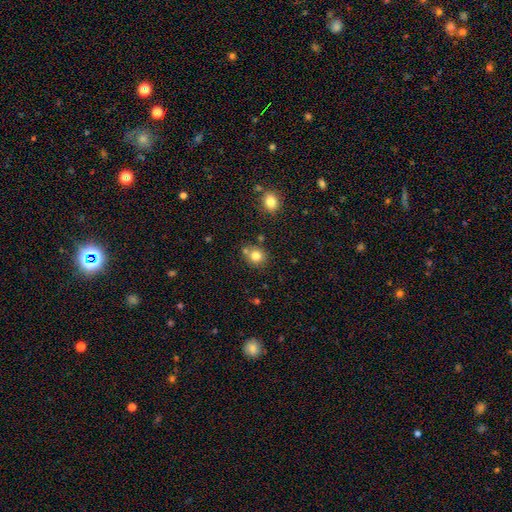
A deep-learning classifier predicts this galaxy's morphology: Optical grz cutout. It shows a smooth galaxy with no disk features (80%) that is round (83%). Merging: none (69%).